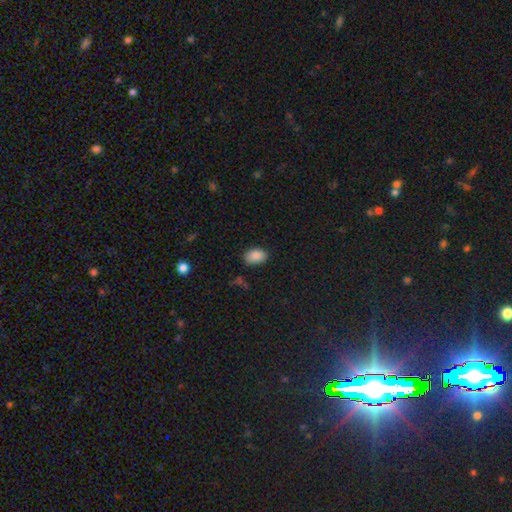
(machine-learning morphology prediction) Smooth or featured? smooth (88%)
How rounded? in between (86%)
Merging? none (82%)